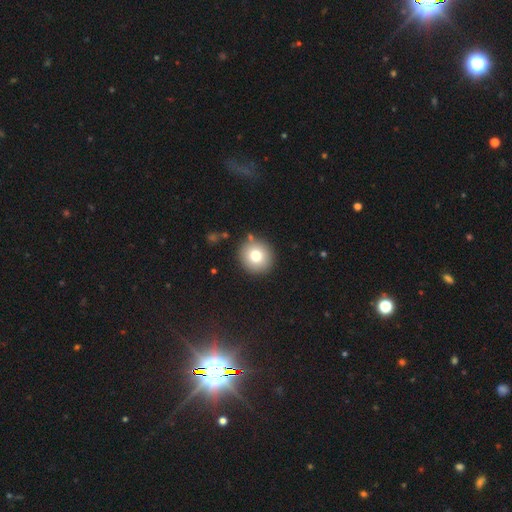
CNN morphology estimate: smooth-or-featured: smooth: 78% | featured or disk: 12% | star or artifact: 10%
  how-rounded: round: 92% | in between: 7% | cigar-shaped: 1%
  merging: none: 87% | minor disturbance: 7% | merger: 3% | major disturbance: 2%